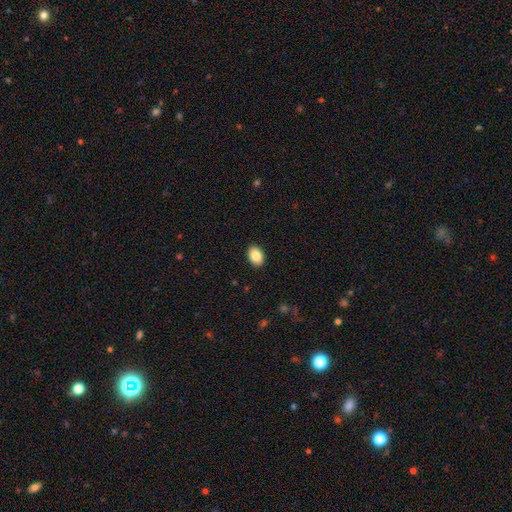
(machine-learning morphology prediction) Smooth or featured: smooth — 86% (star or artifact — 8%)
How rounded: in between — 82% (round — 18%)
Merging: none — 91% (minor disturbance — 7%)